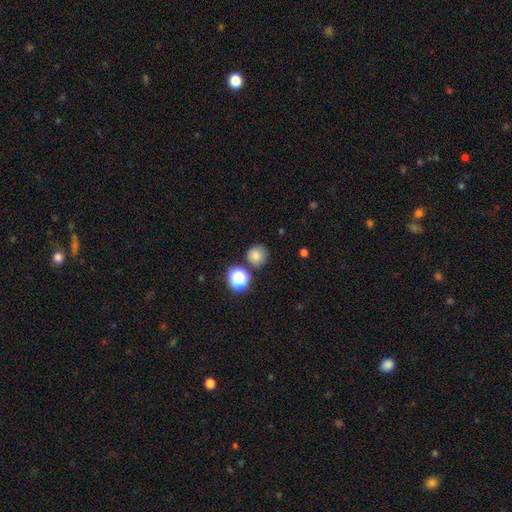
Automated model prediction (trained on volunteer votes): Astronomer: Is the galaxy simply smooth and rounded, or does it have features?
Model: smooth — 78%.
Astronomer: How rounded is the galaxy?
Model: round — 92%.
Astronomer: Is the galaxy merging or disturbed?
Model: none — 78%.